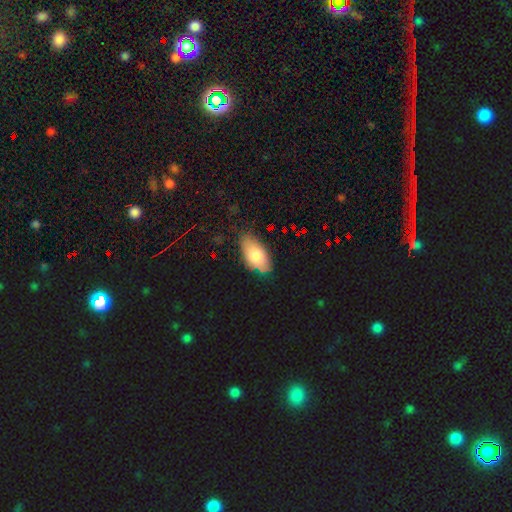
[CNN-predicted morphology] Overall: smooth (73%). How rounded: in between (92%). Merging: none (71%).